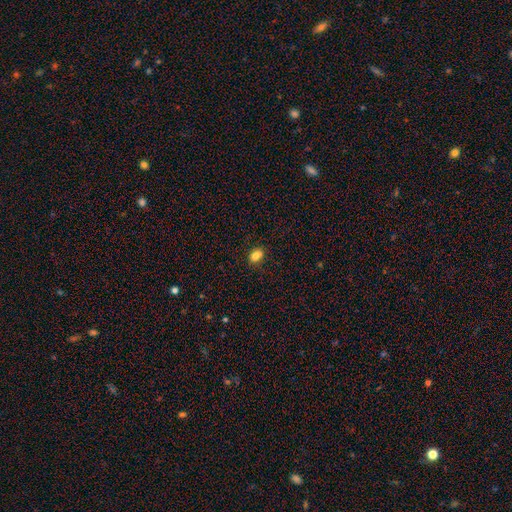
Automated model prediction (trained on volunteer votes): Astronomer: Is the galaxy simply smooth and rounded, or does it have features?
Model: smooth — 81%.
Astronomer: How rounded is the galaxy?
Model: in between — 70%.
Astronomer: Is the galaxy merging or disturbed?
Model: none — 76%.